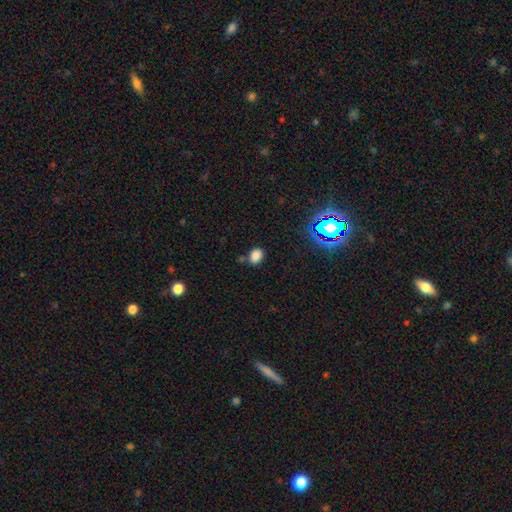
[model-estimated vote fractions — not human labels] Q: Smooth or featured?
A: smooth (79%); runner-up: star or artifact (16%)
Q: How rounded?
A: in between (67%); runner-up: round (32%)
Q: Merging?
A: none (74%); runner-up: minor disturbance (15%)